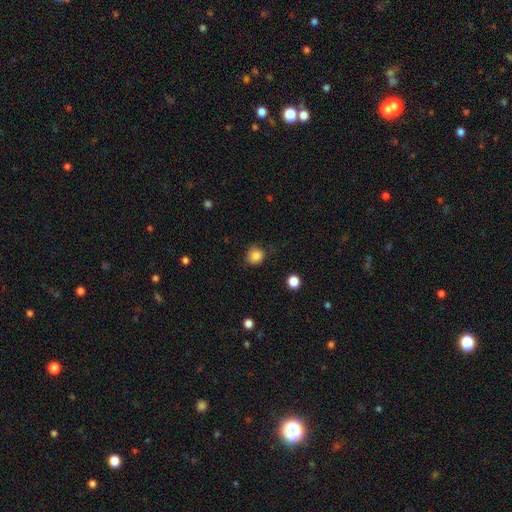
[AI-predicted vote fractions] smooth-or-featured: smooth: 84% | star or artifact: 11% | featured or disk: 5%
  how-rounded: round: 81% | in between: 18% | cigar-shaped: 1%
  merging: none: 73% | minor disturbance: 20% | major disturbance: 5% | merger: 2%